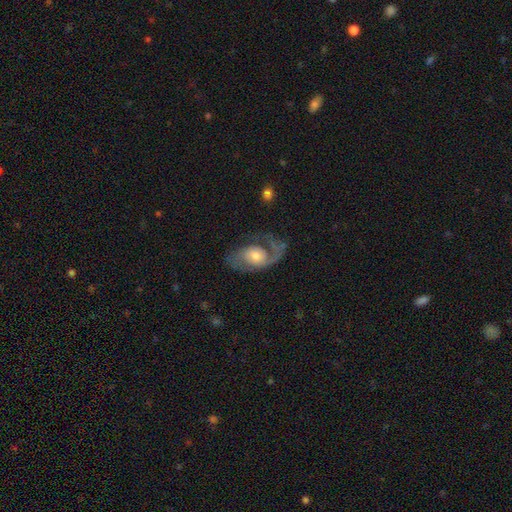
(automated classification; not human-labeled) Morphology: type=featured or disk (79%); edge-on=no (96%); bar=no (67%); spiral arms=yes (92%); winding=medium (45%); arm count=2 (51%); bulge=moderate (56%); merging=none (53%).